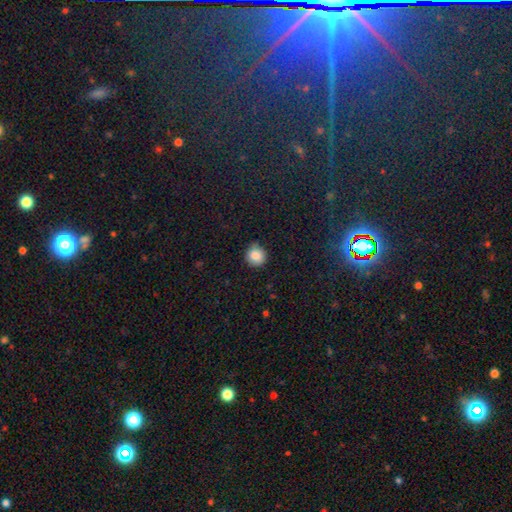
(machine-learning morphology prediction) This appears to be a smooth galaxy with no disk features (86%) that is round (92%). Merging: none (80%).